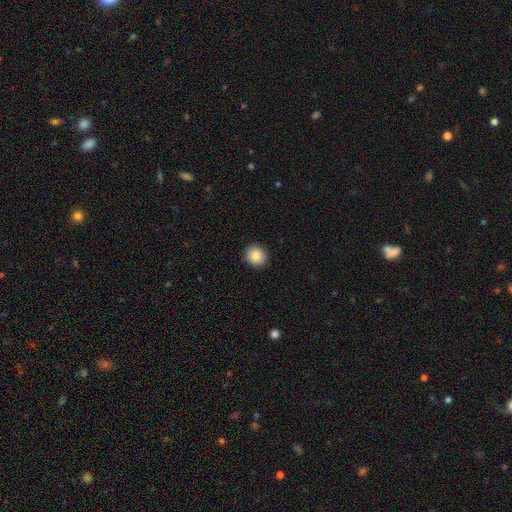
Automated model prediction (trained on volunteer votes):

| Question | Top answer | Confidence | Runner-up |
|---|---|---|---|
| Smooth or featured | smooth | 86% | star or artifact (8%) |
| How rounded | round | 85% | in between (14%) |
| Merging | none | 91% | minor disturbance (6%) |